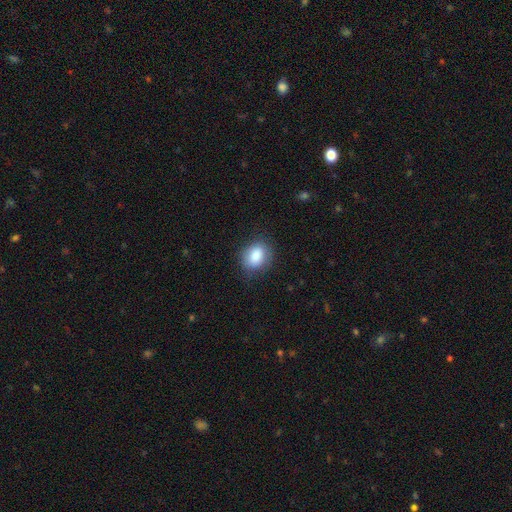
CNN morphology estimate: This is clearly a smooth galaxy (86%). How rounded: possibly in between (60%). Merging: likely none (78%).